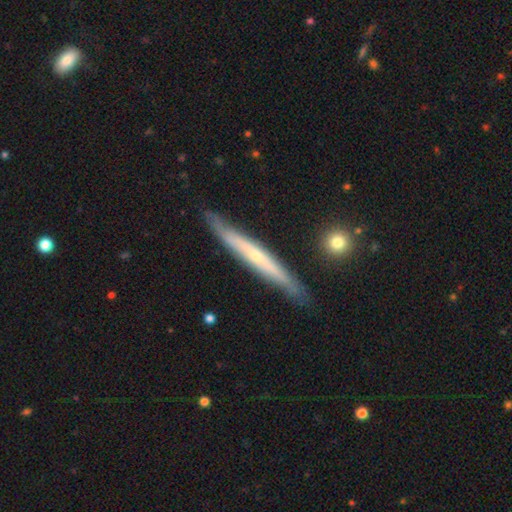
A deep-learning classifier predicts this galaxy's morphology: featured or disk 70%, smooth 25%, star or artifact 6%. Down the decision tree: edge-on disk — yes (88%); edge-on bulge — rounded (52%); merging — none (82%).